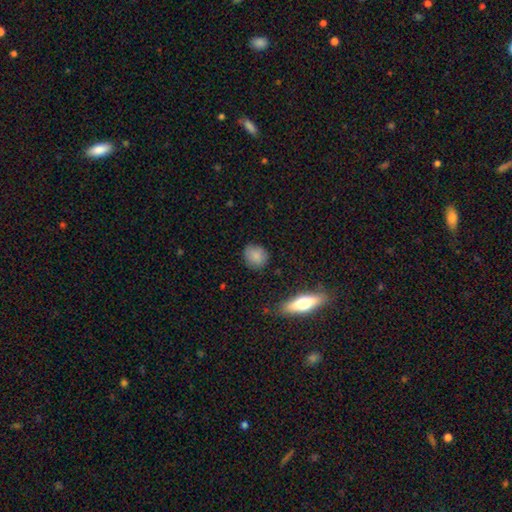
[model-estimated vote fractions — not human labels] This is clearly a smooth galaxy (84%). How rounded: likely round (79%). Merging: clearly none (84%).